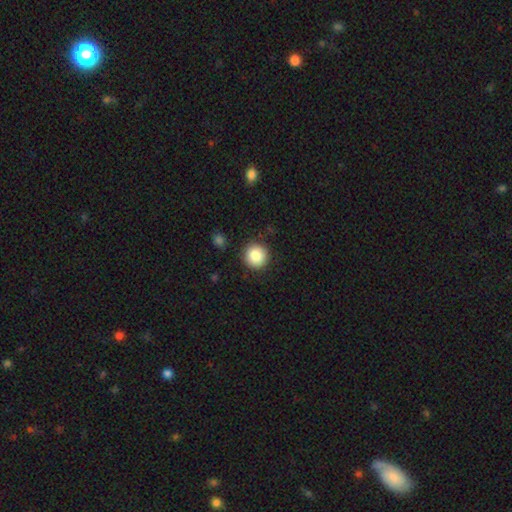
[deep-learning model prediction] smooth-or-featured: smooth: 87% | star or artifact: 8% | featured or disk: 5%
  how-rounded: round: 95% | in between: 4% | cigar-shaped: 1%
  merging: none: 90% | minor disturbance: 6% | major disturbance: 2% | merger: 1%